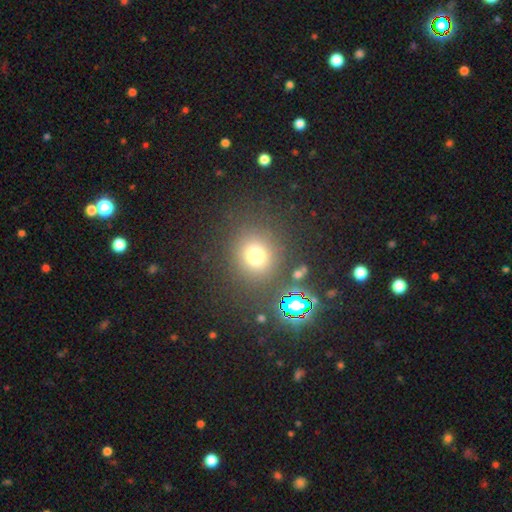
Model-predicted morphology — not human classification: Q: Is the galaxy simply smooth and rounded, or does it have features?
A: smooth — 70%.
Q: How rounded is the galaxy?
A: round — 86%.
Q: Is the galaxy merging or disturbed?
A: none — 83%.